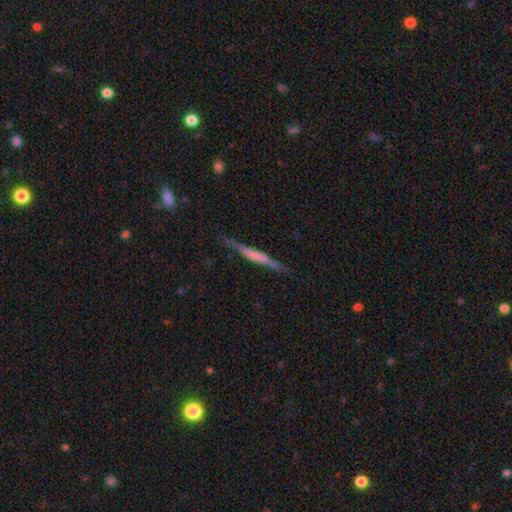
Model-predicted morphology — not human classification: Smooth or featured? Predicted: featured or disk (p=0.61). Edge-on disk? Predicted: yes (p=0.97). Edge-on bulge? Predicted: none (p=0.40). Merging? Predicted: none (p=0.84).